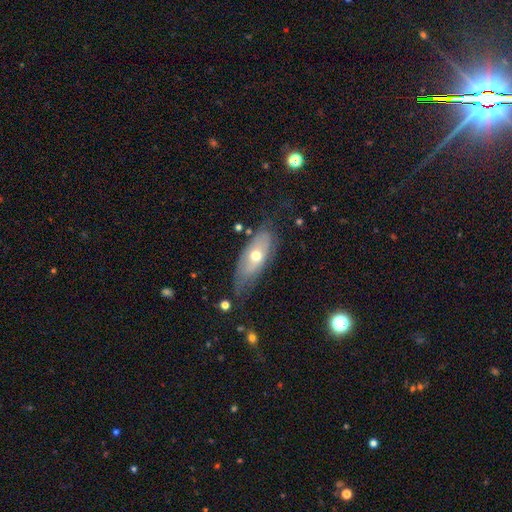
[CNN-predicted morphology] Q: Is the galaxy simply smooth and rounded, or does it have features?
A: smooth — 49%.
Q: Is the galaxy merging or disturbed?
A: none — 57%.